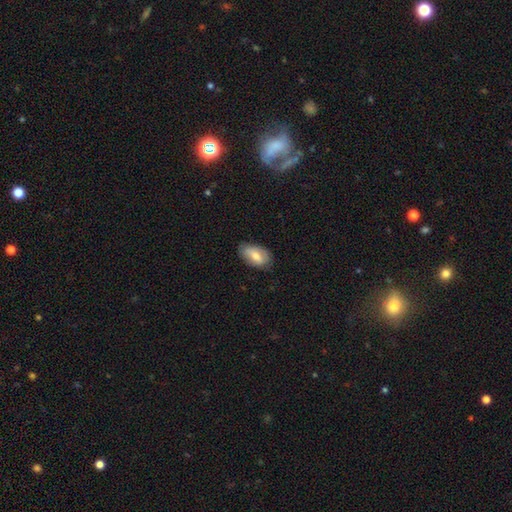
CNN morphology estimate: A smooth galaxy with no disk features (67%) that is in between round and cigar-shaped (92%). Merging: none (73%).